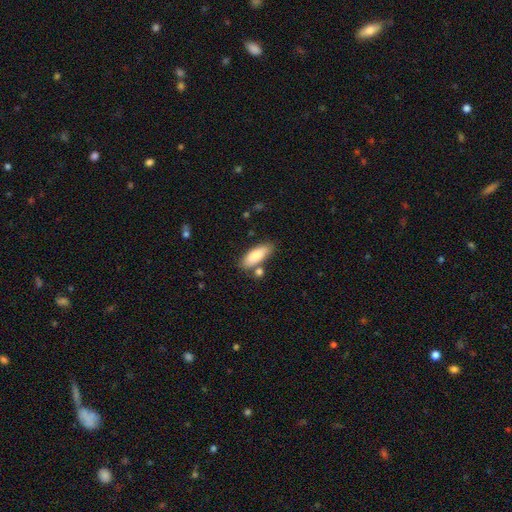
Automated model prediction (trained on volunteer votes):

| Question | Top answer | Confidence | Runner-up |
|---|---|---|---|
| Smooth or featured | smooth | 84% | featured or disk (10%) |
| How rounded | in between | 73% | cigar-shaped (25%) |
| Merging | none | 73% | minor disturbance (13%) |